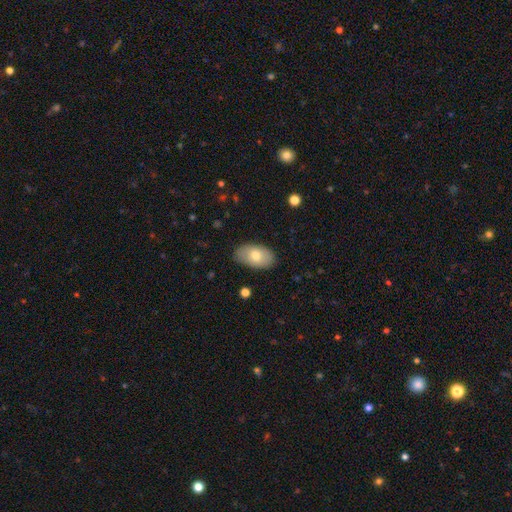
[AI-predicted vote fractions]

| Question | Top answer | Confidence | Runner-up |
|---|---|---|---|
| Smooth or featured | smooth | 75% | featured or disk (19%) |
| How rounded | in between | 93% | round (5%) |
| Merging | none | 83% | minor disturbance (14%) |